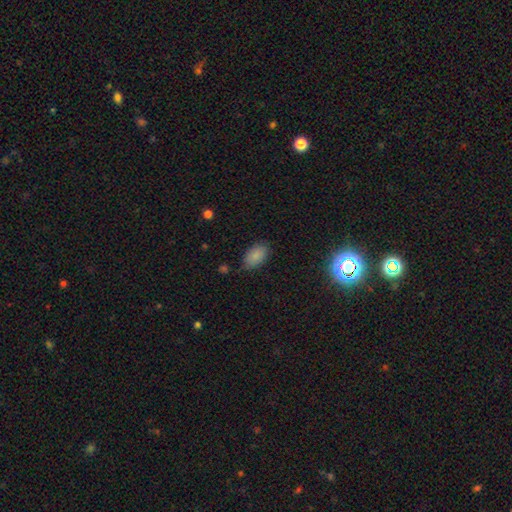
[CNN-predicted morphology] smooth-or-featured: smooth: 86% | star or artifact: 8% | featured or disk: 6%
  how-rounded: in between: 93% | round: 5% | cigar-shaped: 2%
  merging: none: 78% | minor disturbance: 17% | major disturbance: 3% | merger: 2%